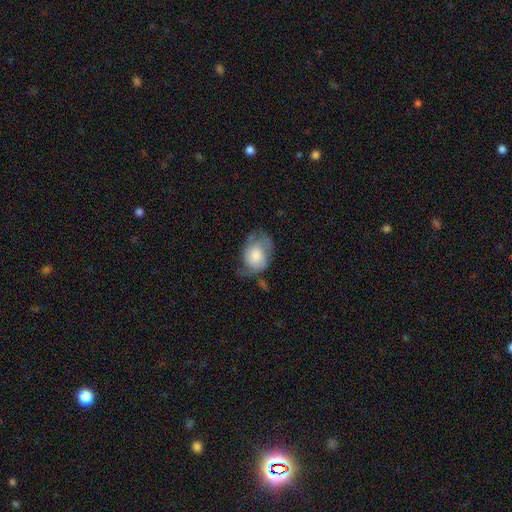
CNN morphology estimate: A smooth galaxy with no disk features (48%).

Vote fractions:
- Smooth or featured? smooth: 48% / featured or disk: 46% / star or artifact: 7%
- Merging? none: 35% / minor disturbance: 34% / major disturbance: 27% / merger: 4%